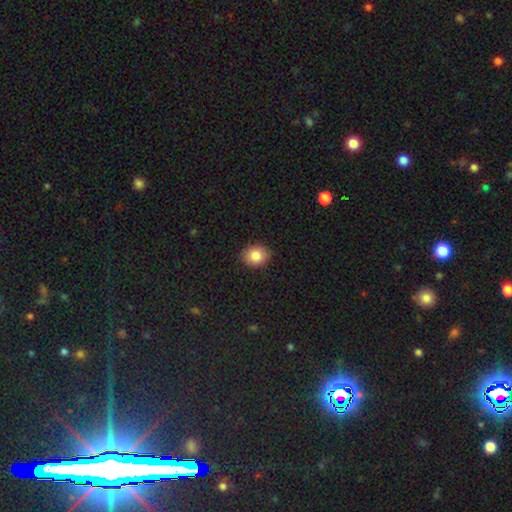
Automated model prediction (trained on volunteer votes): Overall: smooth (85%). How rounded: round (59%; in between 40%). Merging: none (89%).